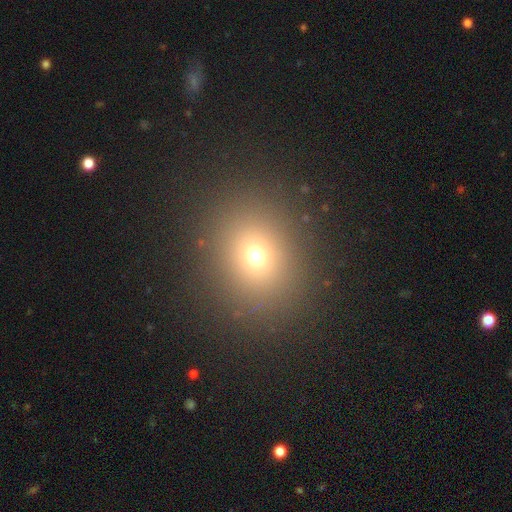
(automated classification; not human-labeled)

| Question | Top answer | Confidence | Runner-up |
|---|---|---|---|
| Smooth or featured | smooth | 68% | star or artifact (22%) |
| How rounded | round | 73% | in between (26%) |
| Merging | none | 87% | minor disturbance (7%) |